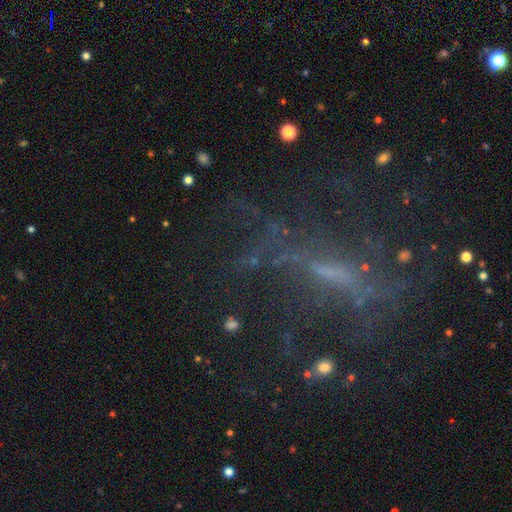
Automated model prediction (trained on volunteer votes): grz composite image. It shows a featured or disk galaxy (55%). Merging: none (58%).